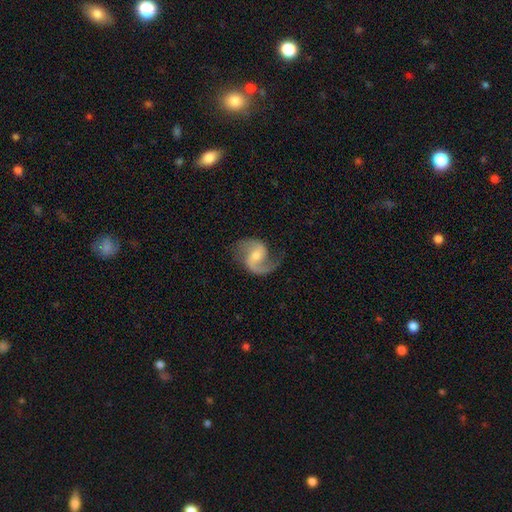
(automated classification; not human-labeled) featured or disk 89%, smooth 6%, star or artifact 4%. Down the decision tree: edge-on disk — no (98%); bar — weak (47%); spiral arms — yes (98%); spiral arm count — 2 (83%); spiral winding — medium (50%); bulge size — moderate (52%); merging — none (71%).